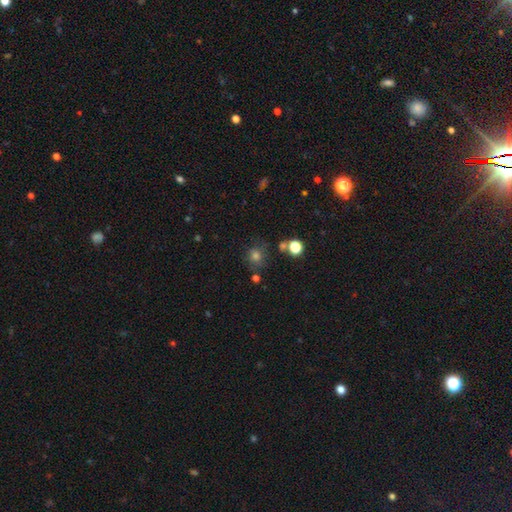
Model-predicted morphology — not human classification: A smooth galaxy with no disk features (70%) that is round (83%). Merging: none (71%).